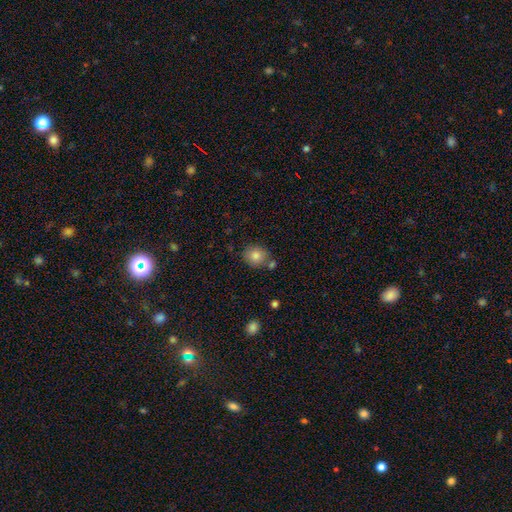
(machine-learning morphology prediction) Smooth or featured? Predicted: smooth (p=0.82). How rounded? Predicted: round (p=0.78). Merging? Predicted: none (p=0.71).